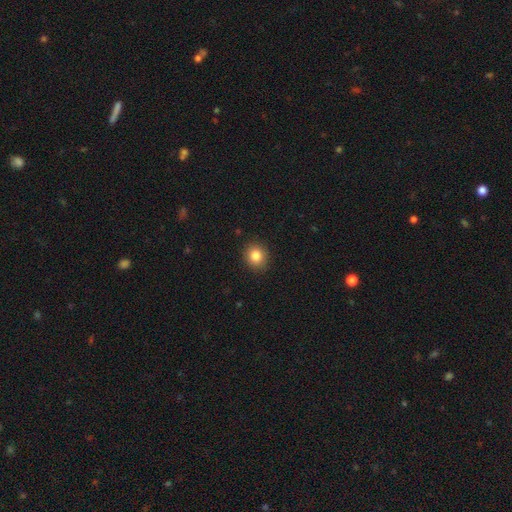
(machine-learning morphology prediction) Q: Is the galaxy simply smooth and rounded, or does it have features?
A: smooth — 84%.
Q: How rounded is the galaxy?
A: round — 83%.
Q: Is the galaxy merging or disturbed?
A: none — 91%.